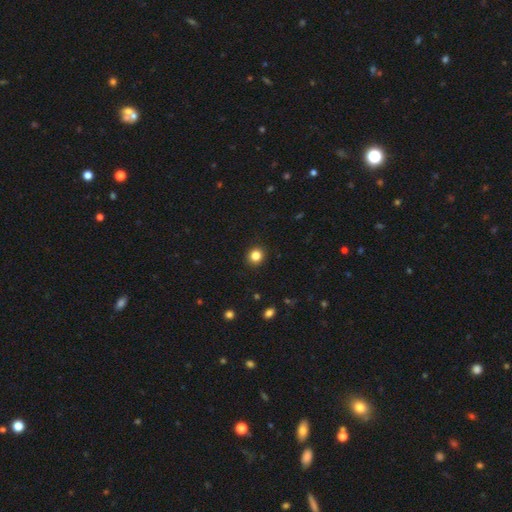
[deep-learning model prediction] Smooth or featured? smooth (84%)
How rounded? round (85%)
Merging? none (92%)